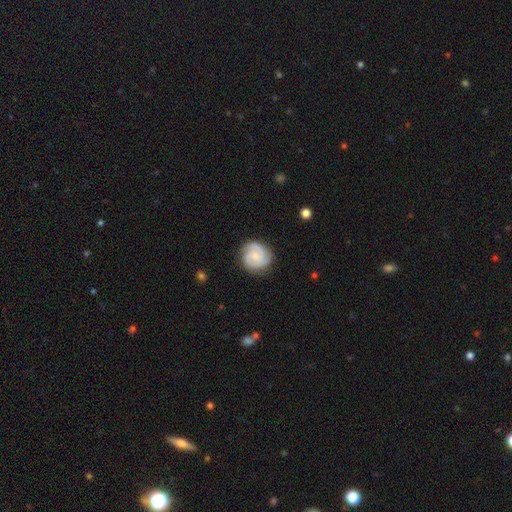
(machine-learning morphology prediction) Overall: featured or disk (70%). Edge-on disk: no (98%). Bar: no (59%; weak 36%). Spiral arms: yes (95%). Spiral arm count: 2 (48%; 3 28%). Spiral winding: tight (56%; medium 36%). Bulge size: small (64%). Merging: none (80%).